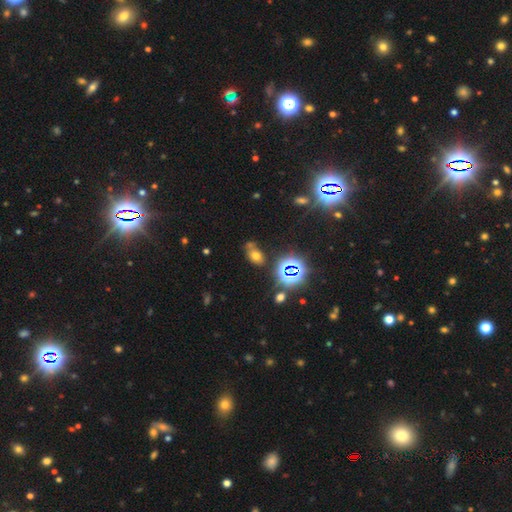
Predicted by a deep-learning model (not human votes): This is possibly a smooth galaxy (56%). How rounded: likely in between (77%). Merging: possibly none (56%).